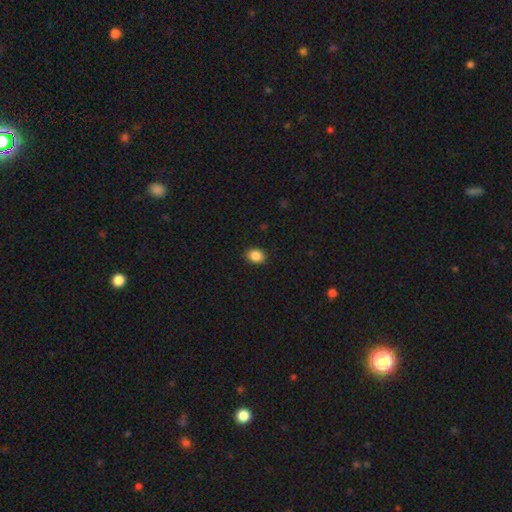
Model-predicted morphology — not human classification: Smooth or featured? smooth (87%)
How rounded? in between (58%)
Merging? none (90%)